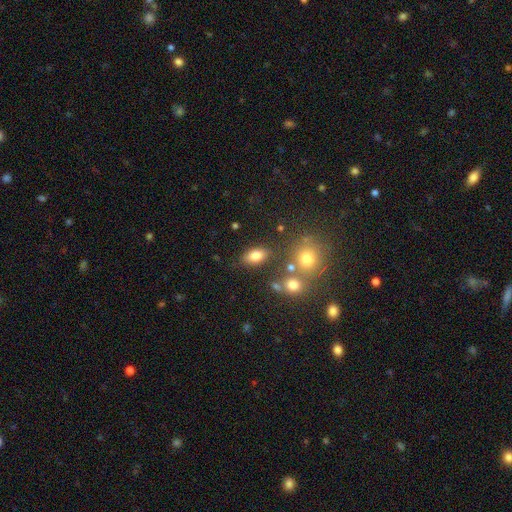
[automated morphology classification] smooth 79%, star or artifact 11%, featured or disk 10%. Down the decision tree: how rounded — in between (87%); merging — none (77%).